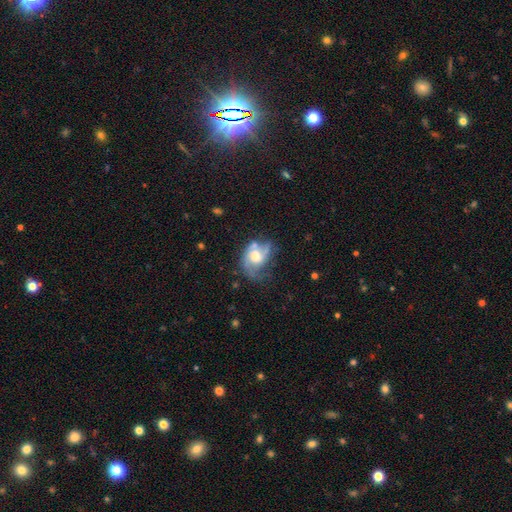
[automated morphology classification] Smooth or featured? Predicted: featured or disk (p=0.68). Edge-on disk? Predicted: no (p=0.97). Bar? Predicted: no (p=0.68). Spiral arms? Predicted: yes (p=0.81). Spiral winding? Predicted: medium (p=0.44). Spiral arm count? Predicted: 2 (p=0.53). Bulge size? Predicted: moderate (p=0.58). Merging? Predicted: none (p=0.38).